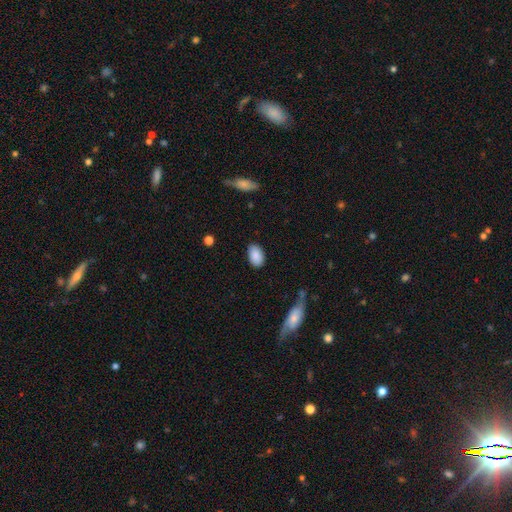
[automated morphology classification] Smooth or featured? smooth (88%)
How rounded? in between (92%)
Merging? none (83%)